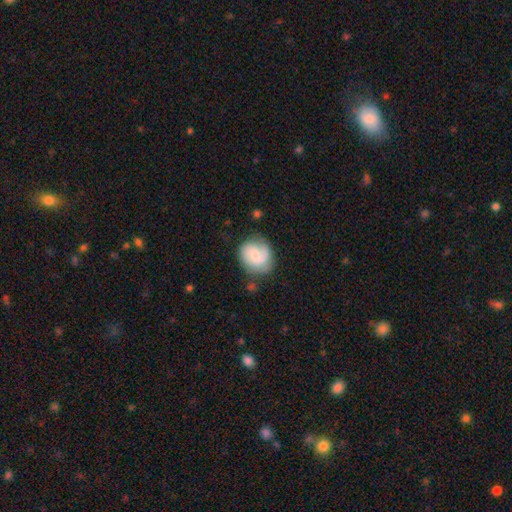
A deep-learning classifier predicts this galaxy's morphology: The model was most divided on "spiral winding" (2-way tie): medium: 41%, tight: 41%, loose: 18%. Remaining: edge-on disk — no (98%); spiral arms — yes (93%); merging — none (71%); smooth or featured — featured or disk (63%); spiral arm count — 2 (62%); bar — no (60%); bulge size — small (48%).